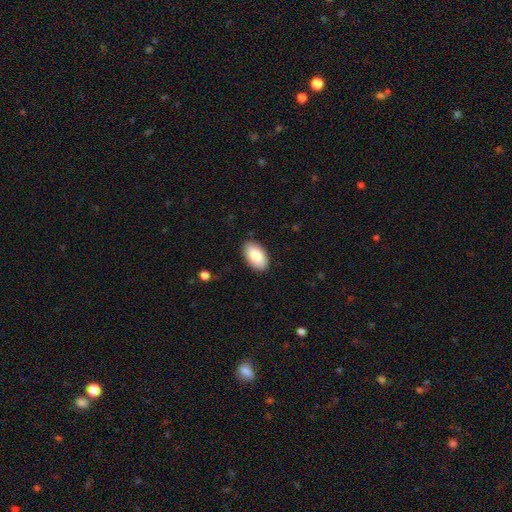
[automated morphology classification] A smooth galaxy with no disk features (83%) that is in between round and cigar-shaped (95%). Merging: none (88%).